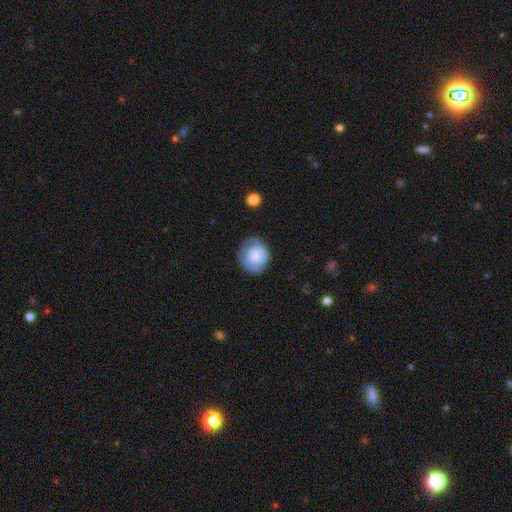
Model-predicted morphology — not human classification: Smooth or featured?
  - smooth: 72% *
  - featured or disk: 20%
  - star or artifact: 7%
How rounded?
  - round: 77% *
  - in between: 22%
  - cigar-shaped: 1%
Merging?
  - none: 67% *
  - minor disturbance: 24%
  - major disturbance: 8%
  - merger: 2%